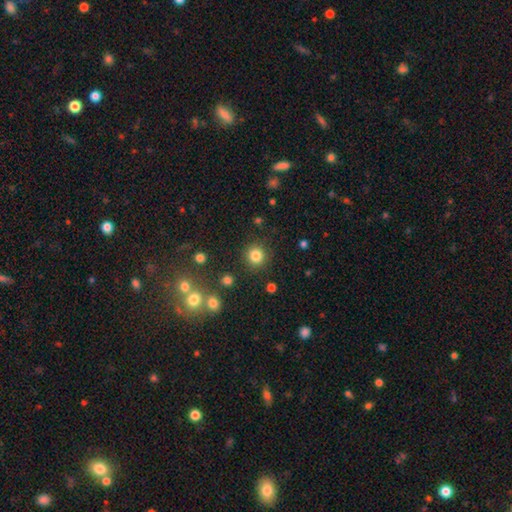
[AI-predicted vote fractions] A smooth galaxy with no disk features (83%) that is round (92%). Merging: none (88%).